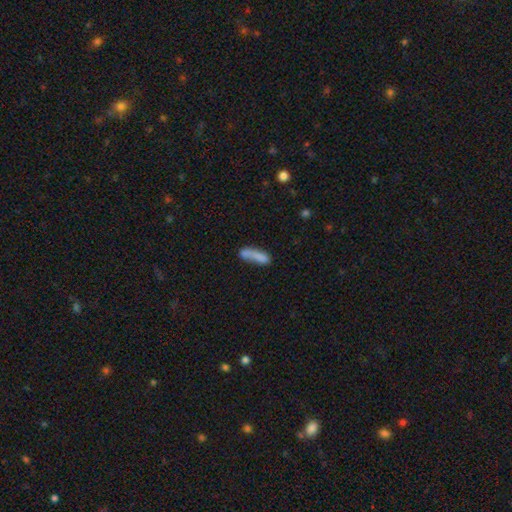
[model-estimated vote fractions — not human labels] smooth-or-featured: smooth: 74% | featured or disk: 16% | star or artifact: 9%
  how-rounded: cigar-shaped: 59% | in between: 39% | round: 3%
  merging: none: 42% | merger: 26% | minor disturbance: 20% | major disturbance: 12%